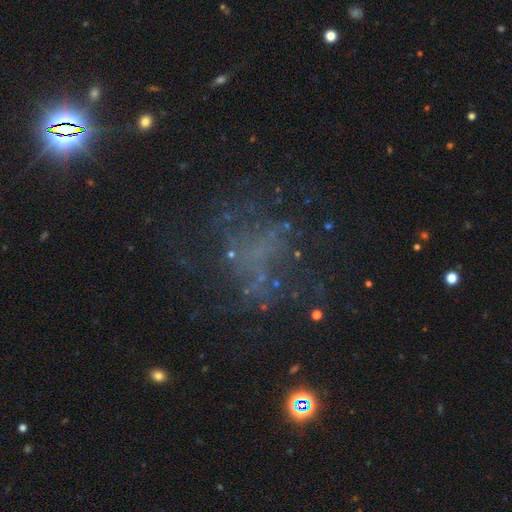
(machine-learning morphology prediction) type=star or artifact (40%).